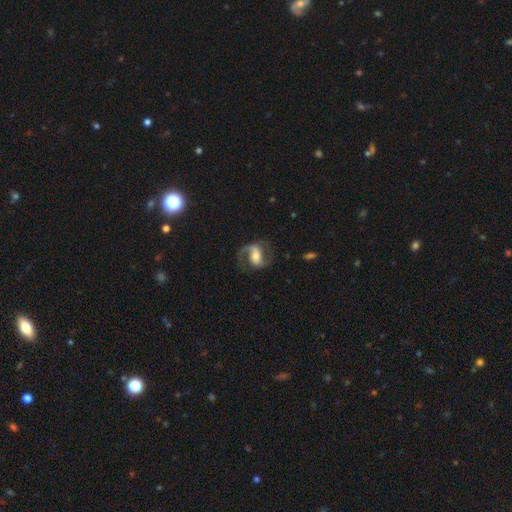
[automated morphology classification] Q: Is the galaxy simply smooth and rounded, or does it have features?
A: featured or disk — 84%.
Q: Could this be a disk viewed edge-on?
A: no — 97%.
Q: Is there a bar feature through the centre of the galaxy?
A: weak — 39%.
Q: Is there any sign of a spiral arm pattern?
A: yes — 95%.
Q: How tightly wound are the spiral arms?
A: medium — 52%.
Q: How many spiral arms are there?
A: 2 — 83%.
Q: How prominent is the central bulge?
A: moderate — 60%.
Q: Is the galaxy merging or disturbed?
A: none — 71%.